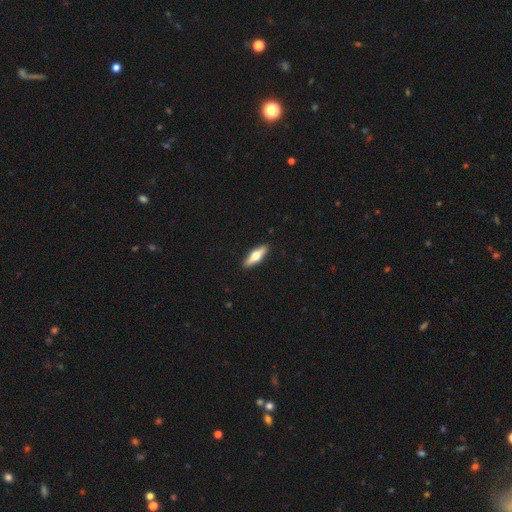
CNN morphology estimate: This appears to be a smooth galaxy with no disk features (48%). Merging: none (91%).